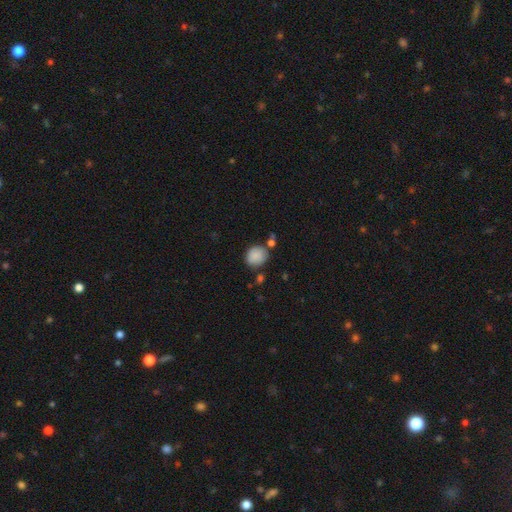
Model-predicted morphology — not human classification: Smooth or featured? smooth (86%)
How rounded? round (77%)
Merging? none (67%)